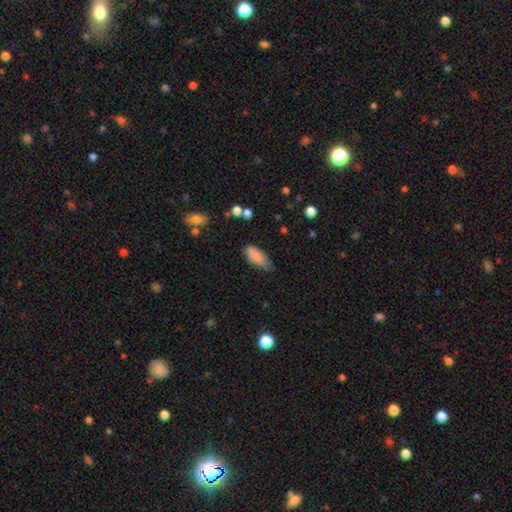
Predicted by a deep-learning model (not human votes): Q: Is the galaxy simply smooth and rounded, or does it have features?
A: smooth — 83%.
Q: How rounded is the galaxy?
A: in between — 85%.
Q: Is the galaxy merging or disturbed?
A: none — 54%.